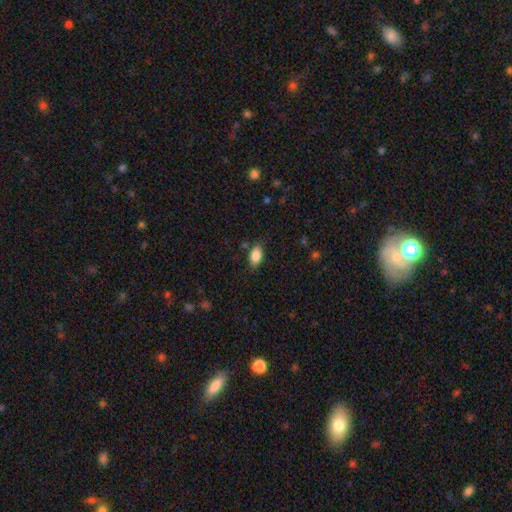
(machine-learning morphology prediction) smooth_or_featured: smooth (p=0.85) [alt: star or artifact p=0.08]
how_rounded: in between (p=0.91) [alt: round p=0.06]
merging: none (p=0.79) [alt: minor disturbance p=0.16]